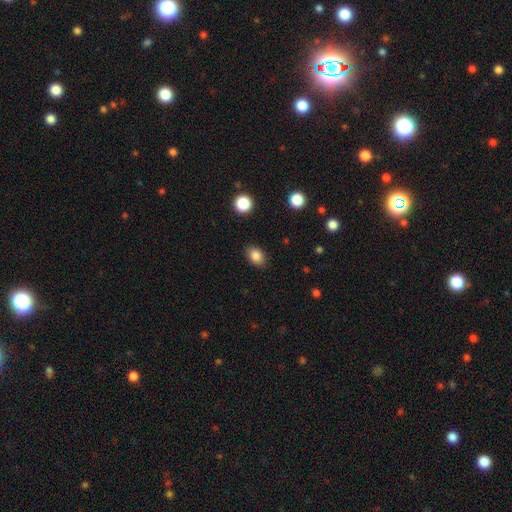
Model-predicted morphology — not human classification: type=smooth (84%); roundness=in between (71%); merging=none (87%).